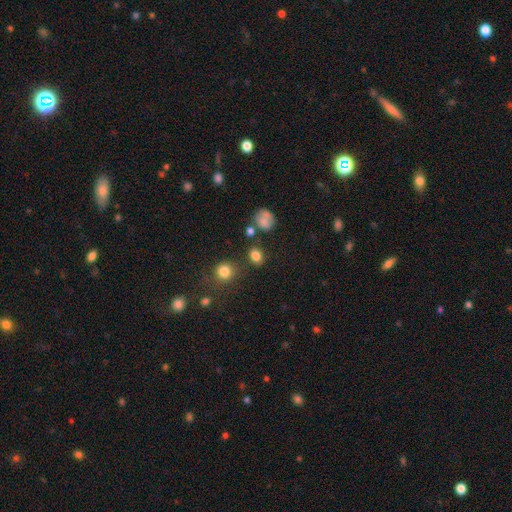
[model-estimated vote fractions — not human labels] Smooth or featured?
  - smooth: 81% *
  - star or artifact: 14%
  - featured or disk: 5%
How rounded?
  - round: 50% *
  - in between: 48%
  - cigar-shaped: 1%
Merging?
  - none: 78% *
  - minor disturbance: 11%
  - merger: 7%
  - major disturbance: 4%